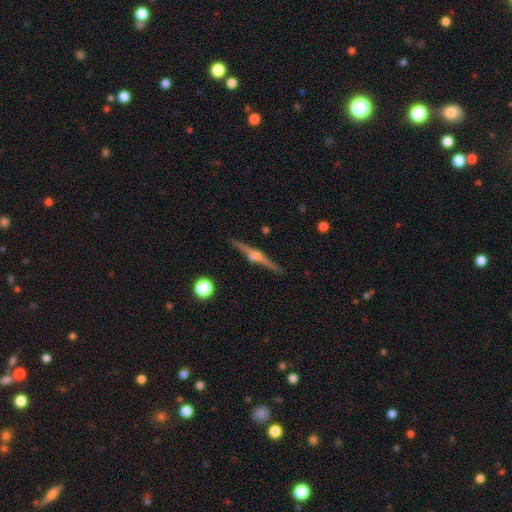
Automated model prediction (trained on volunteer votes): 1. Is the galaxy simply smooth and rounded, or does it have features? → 82% featured or disk, 11% smooth, 7% star or artifact.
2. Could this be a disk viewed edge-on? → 98% yes, 2% no.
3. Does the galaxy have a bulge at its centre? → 86% rounded, 9% boxy, 5% none.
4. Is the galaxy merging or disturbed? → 89% none, 7% minor disturbance, 2% merger, 2% major disturbance.